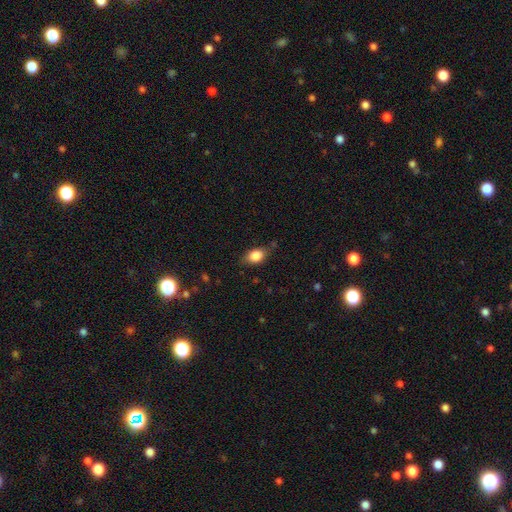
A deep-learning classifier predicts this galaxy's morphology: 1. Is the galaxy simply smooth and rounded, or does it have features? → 85% smooth, 8% star or artifact, 7% featured or disk.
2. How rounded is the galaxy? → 80% in between, 18% round, 2% cigar-shaped.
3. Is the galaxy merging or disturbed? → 74% none, 19% minor disturbance, 4% major disturbance, 2% merger.